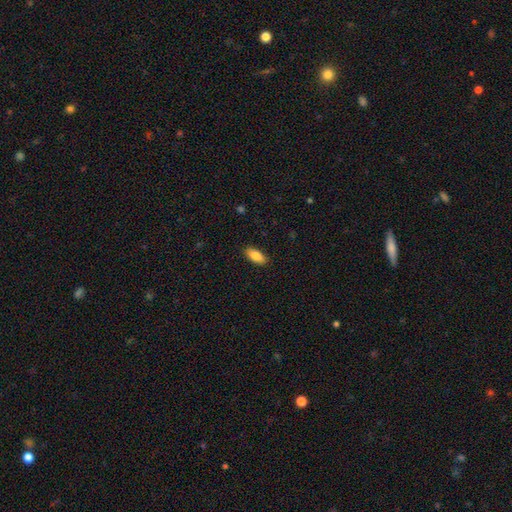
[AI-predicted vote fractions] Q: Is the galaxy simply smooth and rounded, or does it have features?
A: smooth — 86%.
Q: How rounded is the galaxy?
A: in between — 87%.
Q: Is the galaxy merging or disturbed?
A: none — 89%.